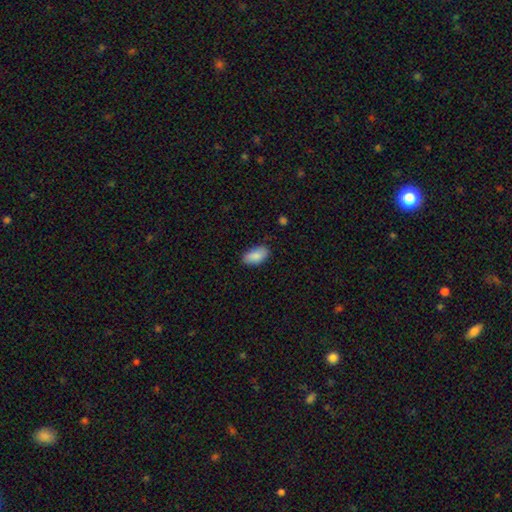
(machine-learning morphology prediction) Smooth or featured? Predicted: smooth (p=0.89). How rounded? Predicted: in between (p=0.94). Merging? Predicted: none (p=0.83).